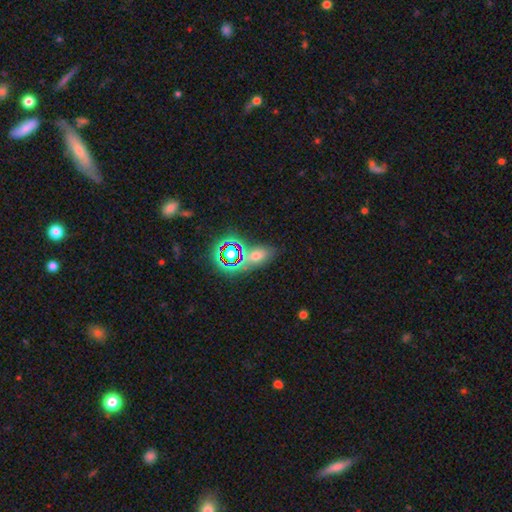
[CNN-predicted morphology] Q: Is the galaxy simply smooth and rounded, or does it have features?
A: smooth — 51%.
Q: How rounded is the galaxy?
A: in between — 79%.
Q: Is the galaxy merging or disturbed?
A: none — 66%.